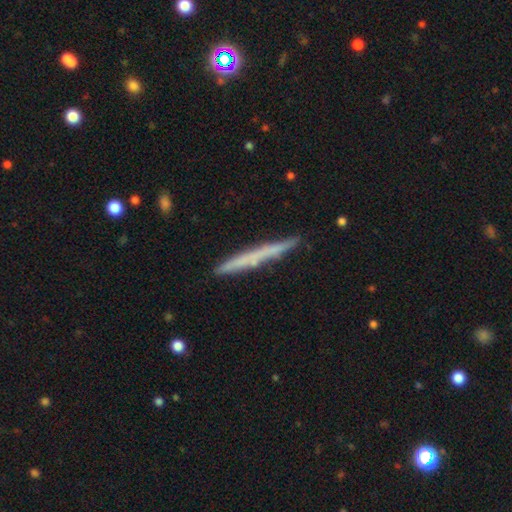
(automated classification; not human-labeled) smooth 51%, featured or disk 43%, star or artifact 6%. Down the decision tree: how rounded — cigar-shaped (97%); merging — none (89%).